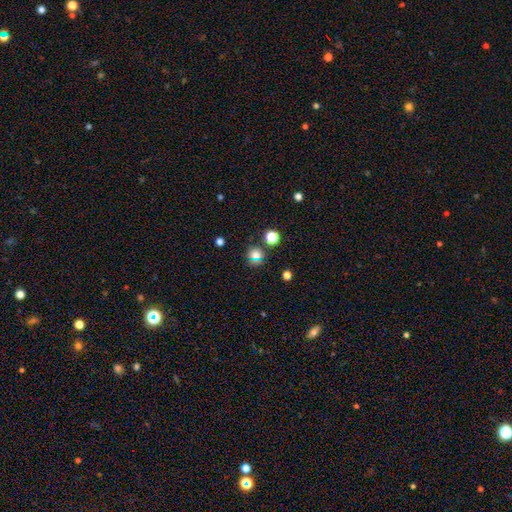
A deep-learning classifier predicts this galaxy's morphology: type=smooth (66%); roundness=round (89%); merging=none (80%).